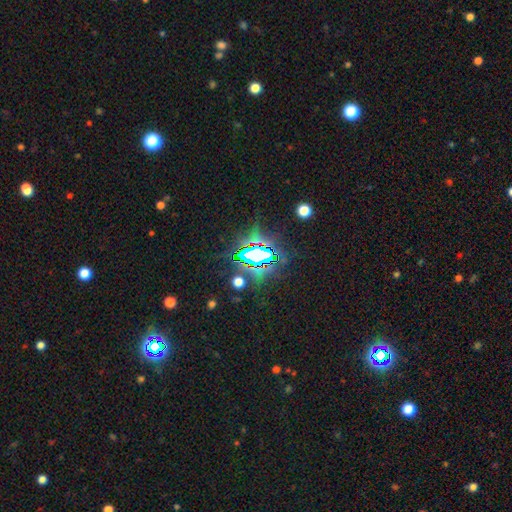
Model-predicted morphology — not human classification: Q: Smooth or featured?
A: star or artifact (73%); runner-up: smooth (15%)